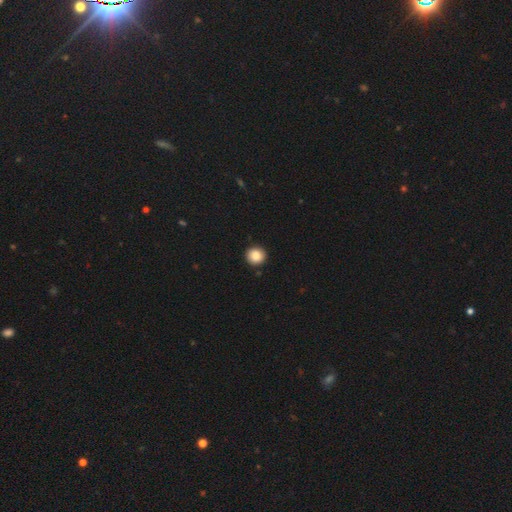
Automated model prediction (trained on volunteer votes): A smooth galaxy with no disk features (86%) that is round (94%).

Vote fractions:
- Smooth or featured? smooth: 86% / star or artifact: 9% / featured or disk: 5%
- How rounded? round: 94% / in between: 5% / cigar-shaped: 1%
- Merging? none: 93% / minor disturbance: 5% / major disturbance: 1% / merger: 1%